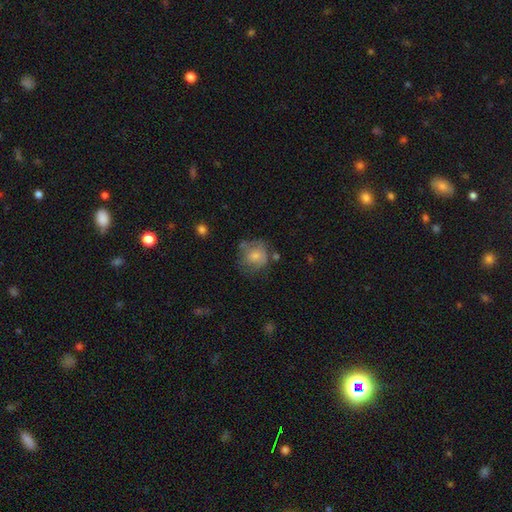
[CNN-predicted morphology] The model was most divided on "merging": none: 49%, minor disturbance: 28%, major disturbance: 17%, merger: 6%. More confident: how rounded — round (79%); smooth or featured — smooth (64%).